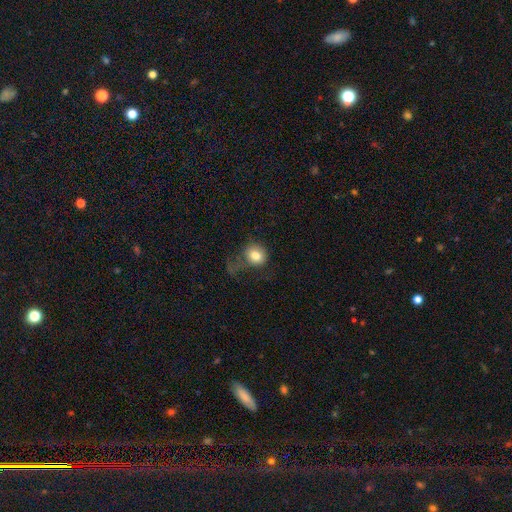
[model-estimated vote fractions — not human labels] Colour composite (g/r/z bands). It shows a smooth galaxy with no disk features (80%) that is round (78%). Merging: none (44%).